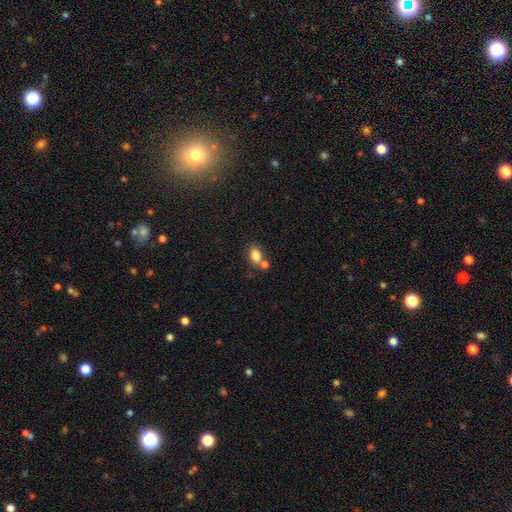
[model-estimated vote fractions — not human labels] smooth_or_featured: smooth (p=0.83) [alt: star or artifact p=0.09]
how_rounded: in between (p=0.75) [alt: round p=0.23]
merging: none (p=0.51) [alt: merger p=0.33]